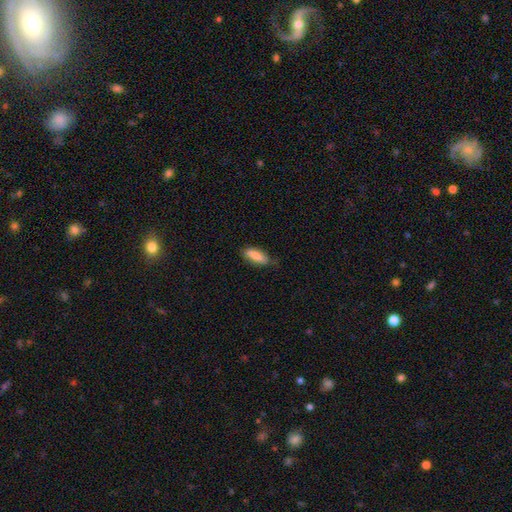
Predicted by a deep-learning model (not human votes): This appears to be a smooth galaxy with no disk features (80%) that is in between round and cigar-shaped (62%). Merging: none (65%).